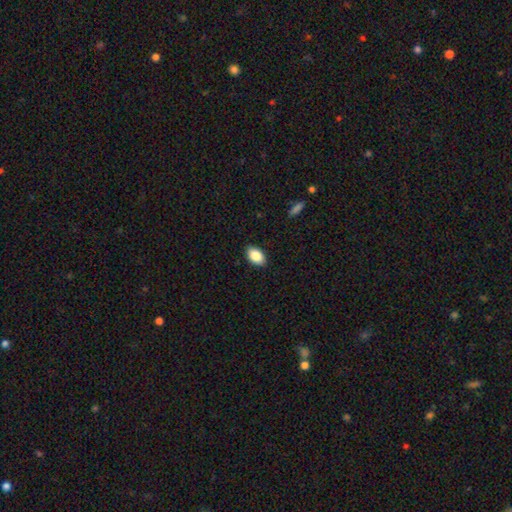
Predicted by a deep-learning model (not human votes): Smooth or featured? Predicted: smooth (p=0.87). How rounded? Predicted: in between (p=0.91). Merging? Predicted: none (p=0.89).